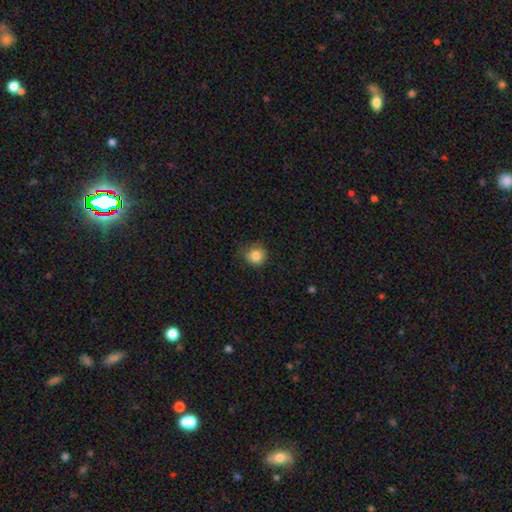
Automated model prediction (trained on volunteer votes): This is clearly a smooth galaxy (83%). How rounded: clearly round (90%). Merging: likely none (76%).